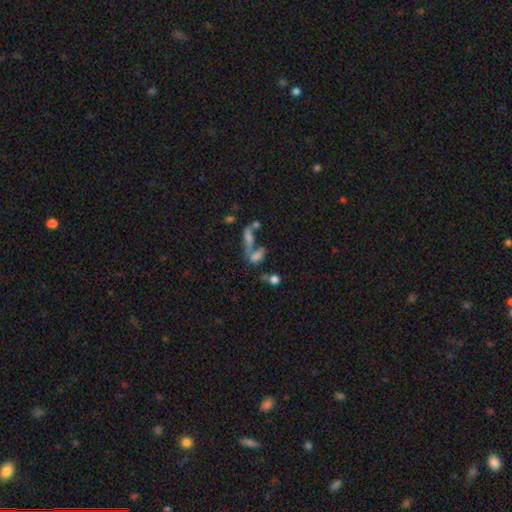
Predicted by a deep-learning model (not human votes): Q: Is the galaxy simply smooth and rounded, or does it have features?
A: smooth — 58%.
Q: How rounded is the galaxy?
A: in between — 69%.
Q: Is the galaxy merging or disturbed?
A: merger — 49%.